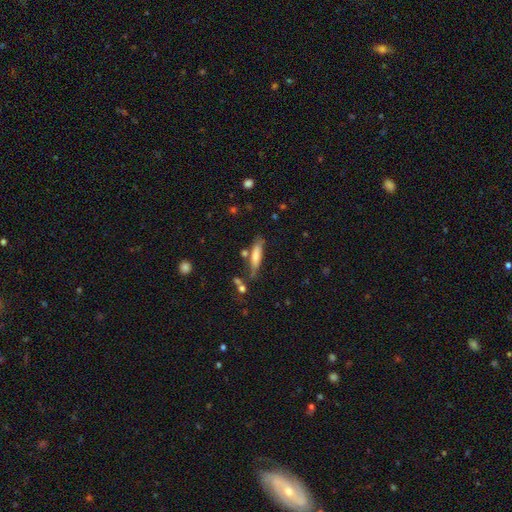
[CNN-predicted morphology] Smooth or featured?
  - smooth: 69% *
  - featured or disk: 24%
  - star or artifact: 7%
How rounded?
  - cigar-shaped: 76% *
  - in between: 22%
  - round: 2%
Merging?
  - none: 65% *
  - minor disturbance: 19%
  - merger: 10%
  - major disturbance: 6%